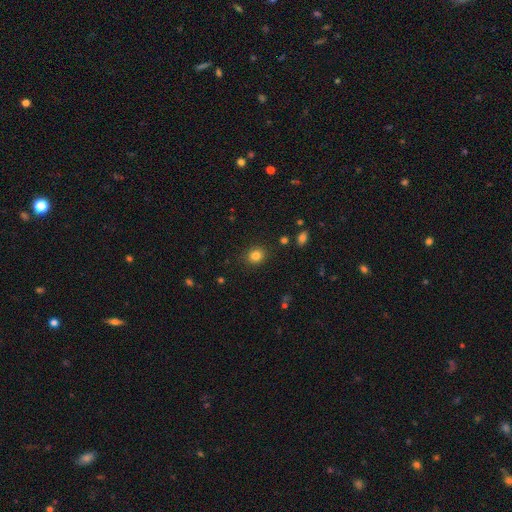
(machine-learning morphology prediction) A smooth galaxy with no disk features (83%) that is round (74%).

Vote fractions:
- Smooth or featured? smooth: 83% / star or artifact: 12% / featured or disk: 6%
- How rounded? round: 74% / in between: 25% / cigar-shaped: 1%
- Merging? none: 88% / minor disturbance: 8% / major disturbance: 3% / merger: 1%